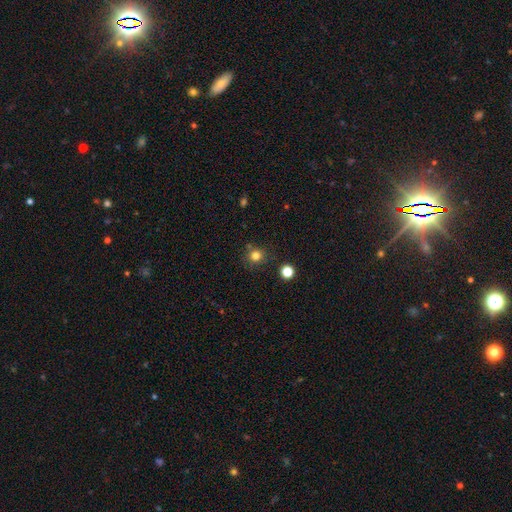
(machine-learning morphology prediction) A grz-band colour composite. It shows a smooth galaxy with no disk features (81%) that is round (91%). Merging: none (82%).